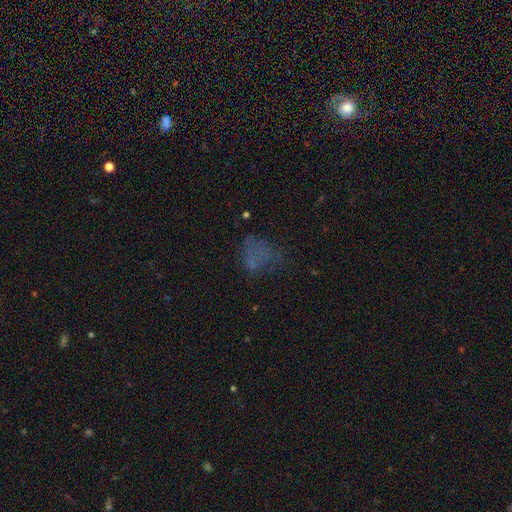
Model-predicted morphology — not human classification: Q: Smooth or featured?
A: smooth (46%); runner-up: star or artifact (27%)
Q: Merging?
A: none (41%); runner-up: major disturbance (33%)